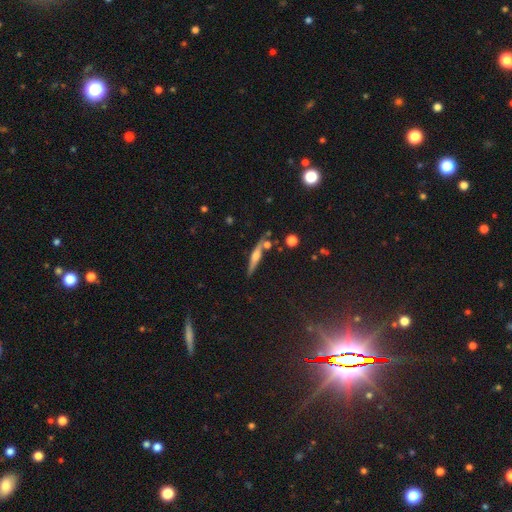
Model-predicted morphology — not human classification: Smooth or featured? featured or disk (60%)
Edge-on disk? yes (95%)
Edge-on bulge? rounded (71%)
Merging? none (77%)